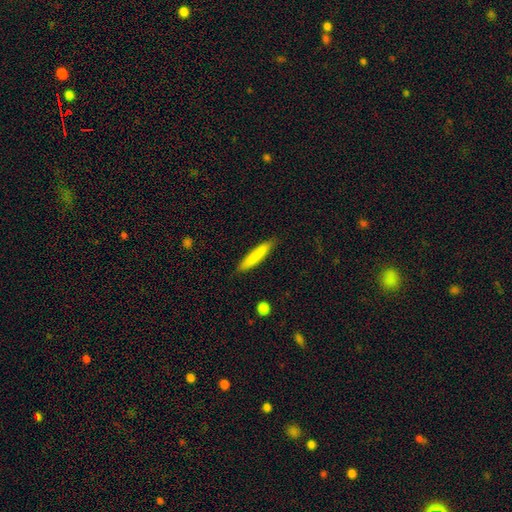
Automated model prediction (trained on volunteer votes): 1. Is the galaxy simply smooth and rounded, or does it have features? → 81% smooth, 13% featured or disk, 6% star or artifact.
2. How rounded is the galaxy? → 91% cigar-shaped, 8% in between, 1% round.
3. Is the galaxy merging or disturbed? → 87% none, 10% minor disturbance, 2% major disturbance, 1% merger.